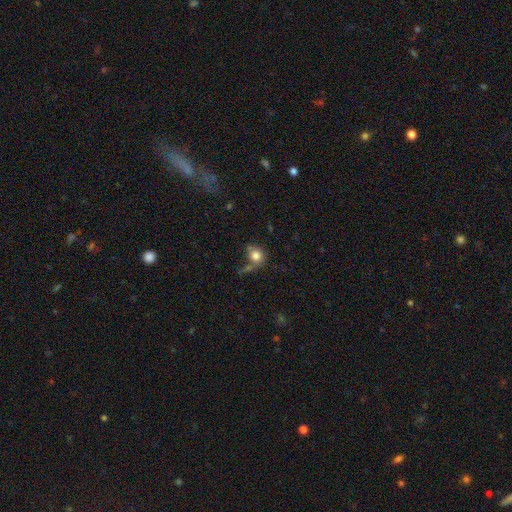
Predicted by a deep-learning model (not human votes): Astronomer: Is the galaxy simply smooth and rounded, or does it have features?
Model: smooth — 80%.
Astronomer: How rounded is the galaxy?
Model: round — 78%.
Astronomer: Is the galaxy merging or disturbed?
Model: none — 50%.